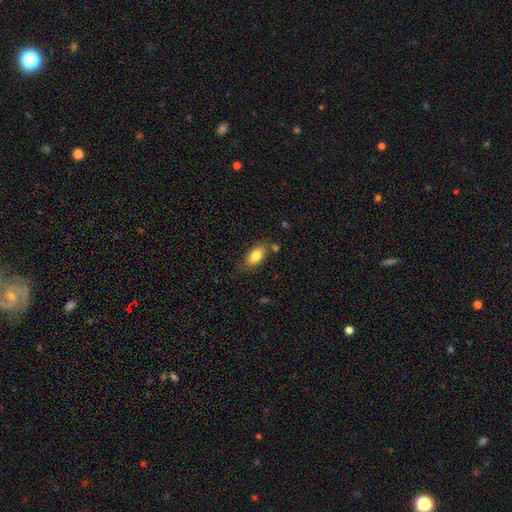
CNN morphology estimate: smooth_or_featured: smooth (p=0.80) [alt: featured or disk p=0.13]
how_rounded: in between (p=0.91) [alt: cigar-shaped p=0.05]
merging: none (p=0.72) [alt: minor disturbance p=0.18]